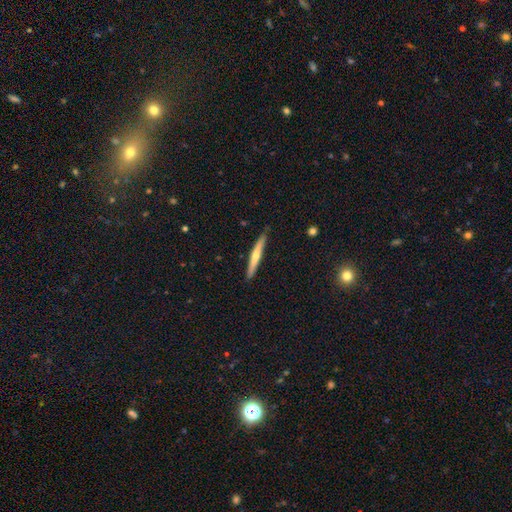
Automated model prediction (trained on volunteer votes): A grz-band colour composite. It shows a smooth galaxy with no disk features (49%). Merging: none (87%).